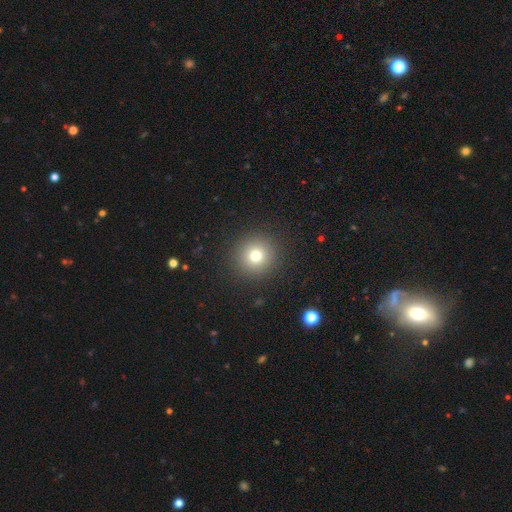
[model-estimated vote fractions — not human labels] smooth 75%, star or artifact 15%, featured or disk 9%. Down the decision tree: how rounded — round (95%); merging — none (91%).